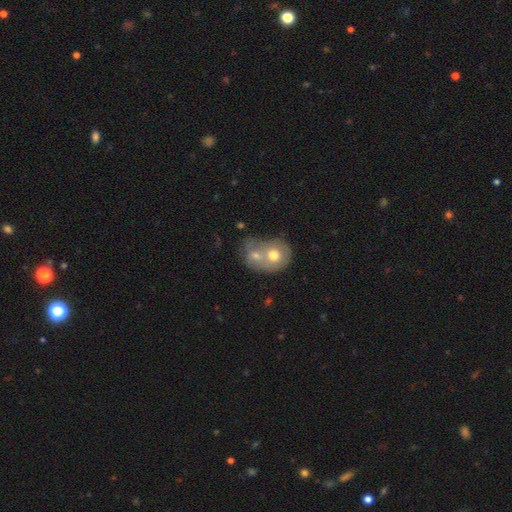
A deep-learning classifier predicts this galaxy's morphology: Smooth or featured? smooth (62%)
How rounded? round (62%)
Merging? merger (76%)